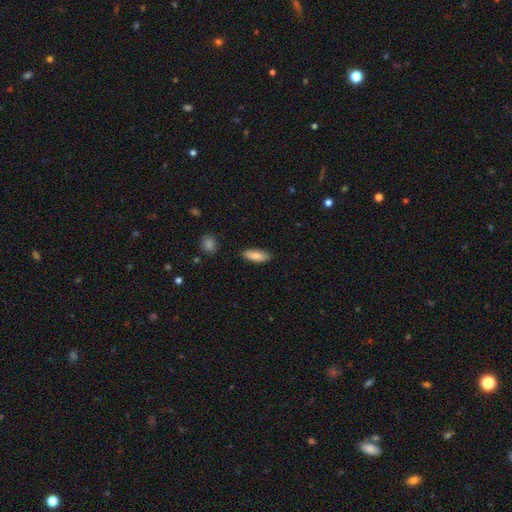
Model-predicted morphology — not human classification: smooth 85%, featured or disk 9%, star or artifact 6%. Down the decision tree: how rounded — in between (72%); merging — none (84%).